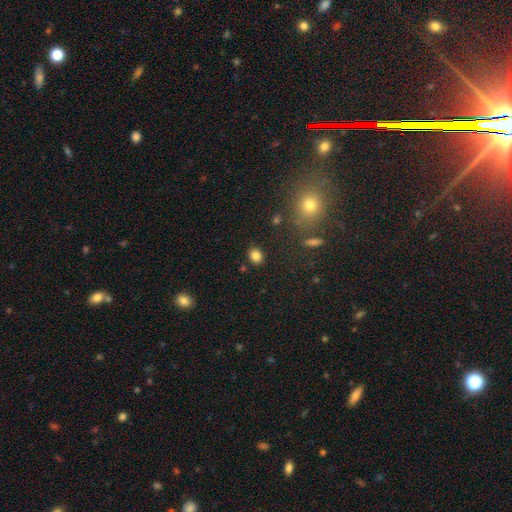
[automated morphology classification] smooth 83%, star or artifact 11%, featured or disk 5%. Down the decision tree: how rounded — in between (54%); merging — none (85%).